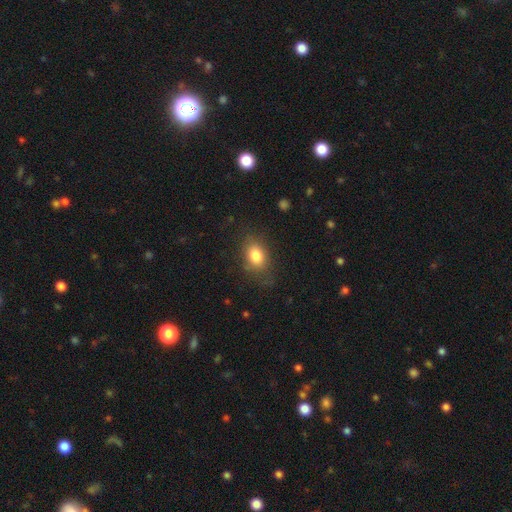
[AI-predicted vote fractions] The model was most divided on "merging": none: 72%, minor disturbance: 19%, major disturbance: 8%, merger: 1%. More confident: smooth or featured — smooth (81%); how rounded — in between (79%).